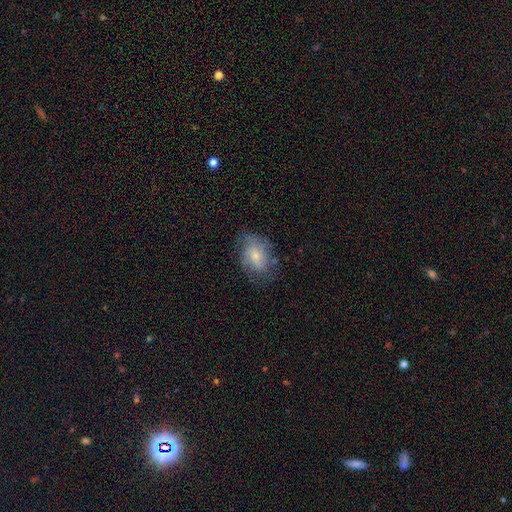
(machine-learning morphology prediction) The model was most divided on "smooth or featured": smooth: 47%, featured or disk: 45%, star or artifact: 8%. More confident: merging — none (59%).